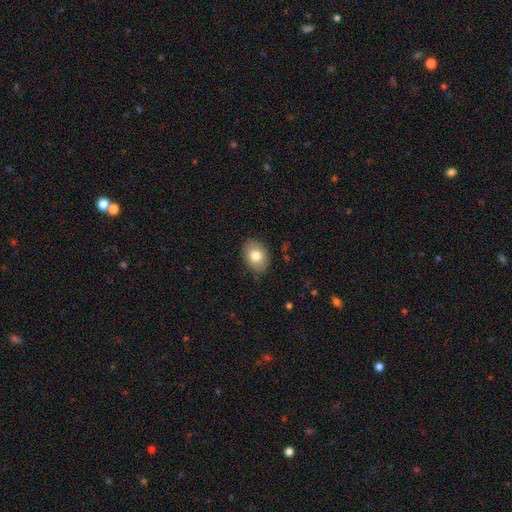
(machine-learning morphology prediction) Smooth or featured? smooth (79%)
How rounded? in between (76%)
Merging? none (82%)